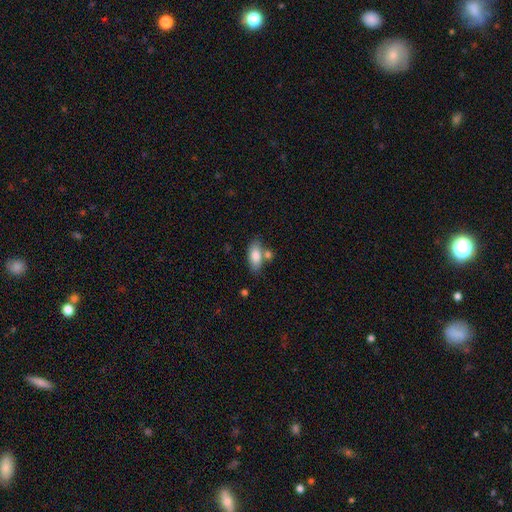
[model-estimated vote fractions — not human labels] Smooth or featured: smooth — 81% (featured or disk — 12%)
How rounded: in between — 88% (cigar-shaped — 9%)
Merging: none — 61% (merger — 21%)